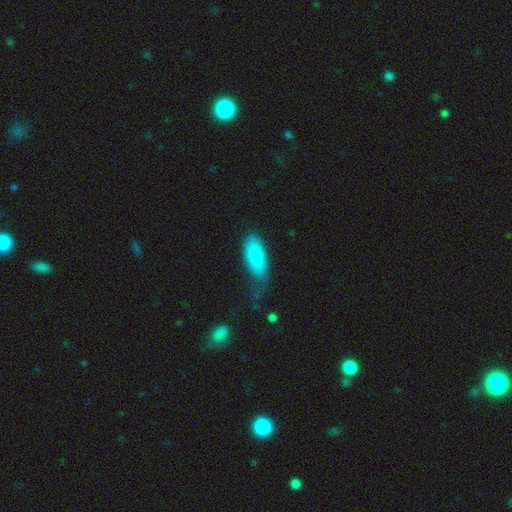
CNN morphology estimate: This appears to be a smooth galaxy with no disk features (84%) that is in between round and cigar-shaped (88%). Merging: none (40%).